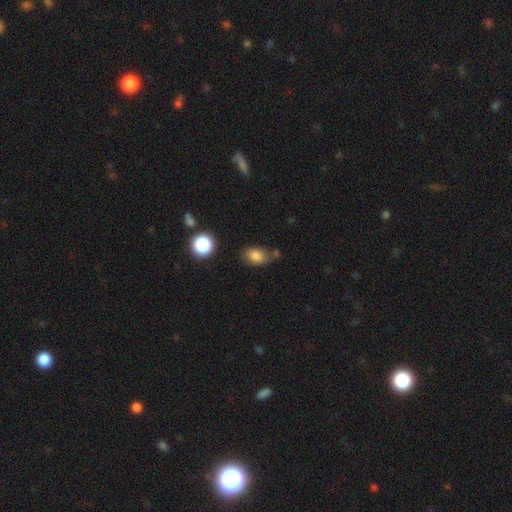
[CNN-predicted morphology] Overall: smooth (82%). How rounded: in between (80%). Merging: none (61%; minor disturbance 22%).